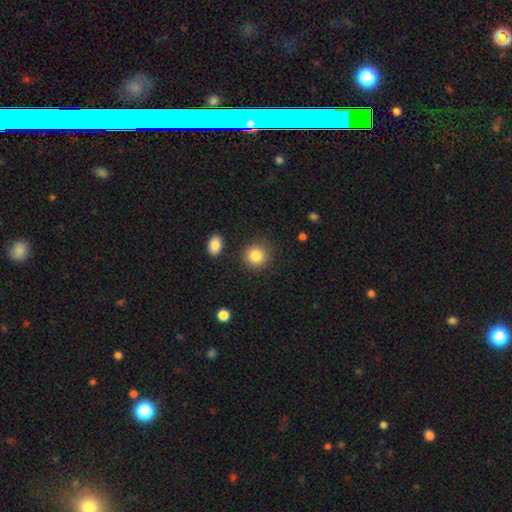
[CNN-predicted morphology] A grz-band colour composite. It shows a smooth galaxy with no disk features (86%) that is round (89%). Merging: none (87%).